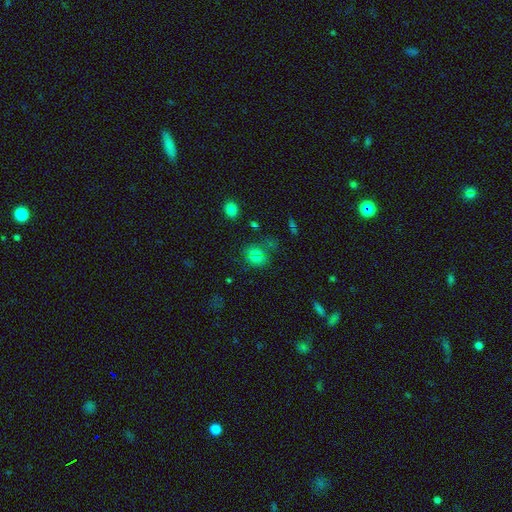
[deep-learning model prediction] smooth-or-featured: smooth: 65% | star or artifact: 23% | featured or disk: 12%
  how-rounded: round: 59% | in between: 39% | cigar-shaped: 2%
  merging: none: 56% | merger: 18% | minor disturbance: 16% | major disturbance: 9%